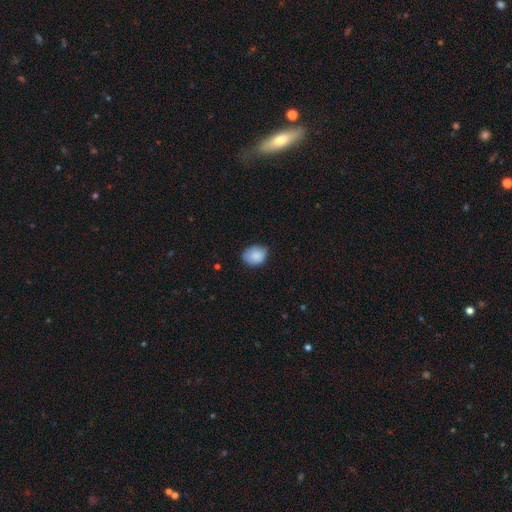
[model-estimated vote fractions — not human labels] smooth 87%, star or artifact 8%, featured or disk 5%. Down the decision tree: how rounded — in between (50%); merging — none (71%).